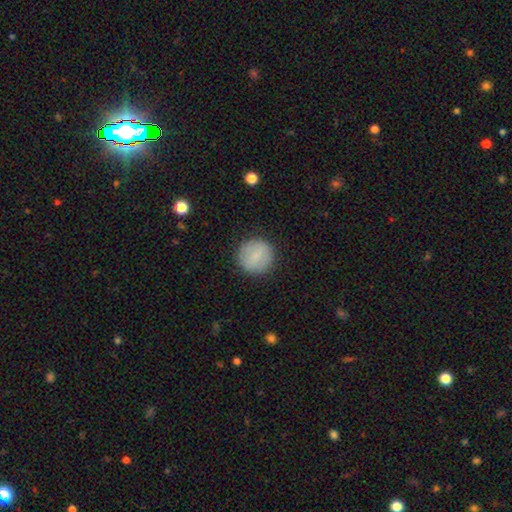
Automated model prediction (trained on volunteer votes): This is clearly a smooth galaxy (81%). How rounded: clearly round (94%). Merging: clearly none (89%).